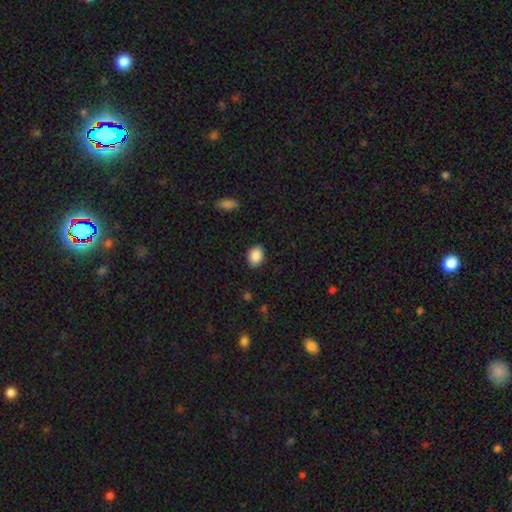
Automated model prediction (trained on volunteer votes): smooth_or_featured: smooth (p=0.89) [alt: star or artifact p=0.08]
how_rounded: in between (p=0.67) [alt: round p=0.32]
merging: none (p=0.88) [alt: minor disturbance p=0.08]